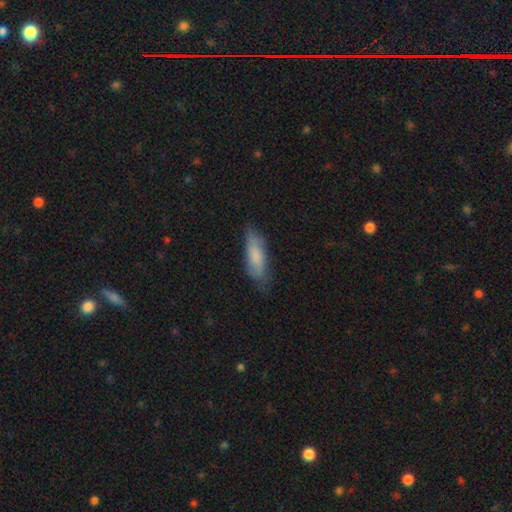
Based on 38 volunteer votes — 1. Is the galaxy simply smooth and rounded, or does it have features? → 74% smooth, 21% featured or disk, 5% star or artifact.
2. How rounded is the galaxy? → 61% cigar-shaped, 36% in between, 4% round.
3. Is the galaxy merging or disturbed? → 64% none, 22% minor disturbance, 11% major disturbance, 3% merger.